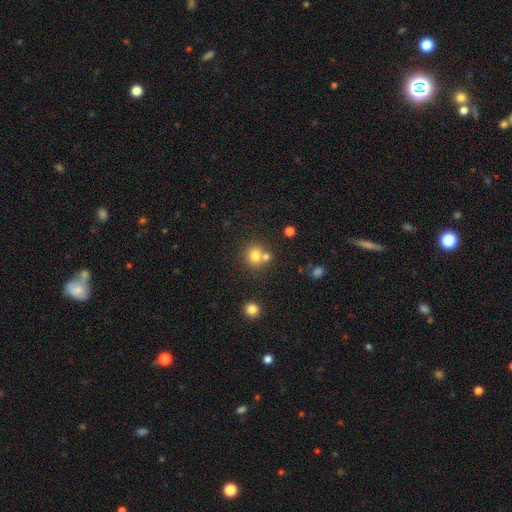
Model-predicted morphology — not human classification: smooth 77%, star or artifact 13%, featured or disk 10%. Down the decision tree: how rounded — round (83%); merging — none (55%).